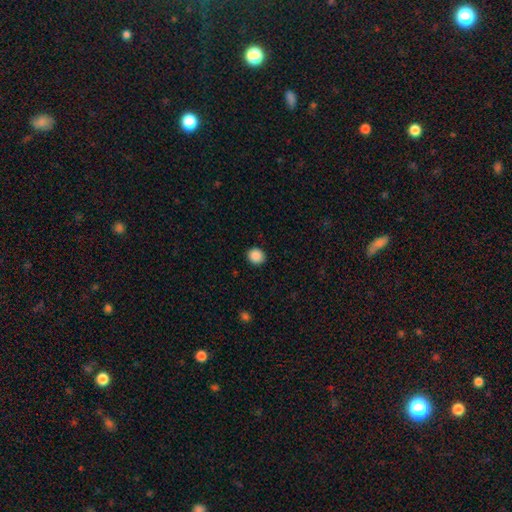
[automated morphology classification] Smooth or featured? Predicted: smooth (p=0.88). How rounded? Predicted: round (p=0.82). Merging? Predicted: none (p=0.91).